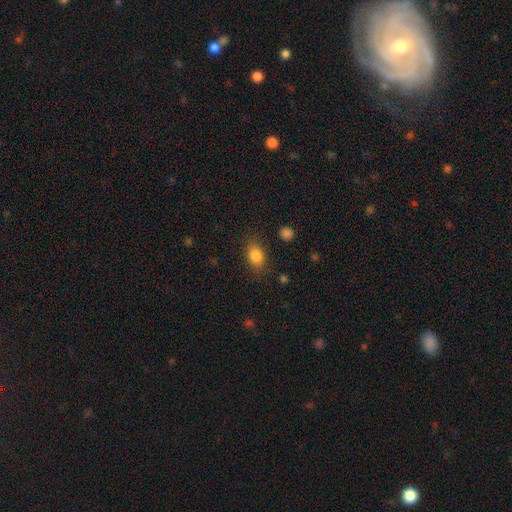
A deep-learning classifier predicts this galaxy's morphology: Q: Smooth or featured?
A: smooth (84%); runner-up: star or artifact (9%)
Q: How rounded?
A: in between (77%); runner-up: round (21%)
Q: Merging?
A: none (81%); runner-up: minor disturbance (13%)